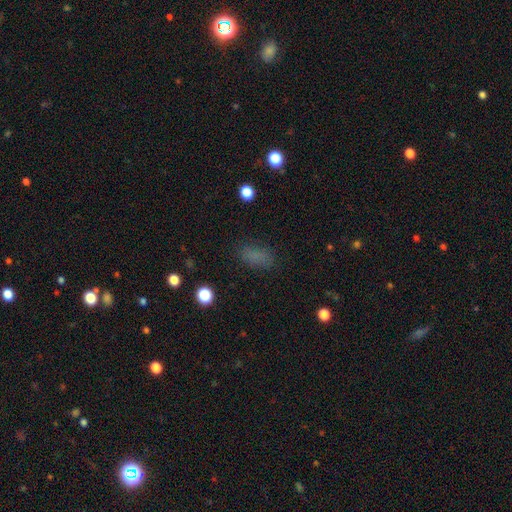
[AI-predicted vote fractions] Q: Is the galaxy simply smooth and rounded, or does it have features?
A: smooth — 78%.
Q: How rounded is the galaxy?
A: in between — 86%.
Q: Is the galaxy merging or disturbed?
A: none — 79%.